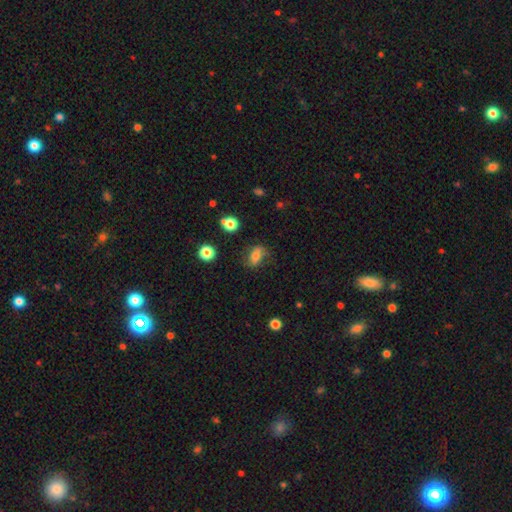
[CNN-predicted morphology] Smooth or featured?
  - smooth: 61% *
  - featured or disk: 26%
  - star or artifact: 13%
How rounded?
  - in between: 76% *
  - round: 20%
  - cigar-shaped: 4%
Merging?
  - none: 62% *
  - minor disturbance: 23%
  - major disturbance: 12%
  - merger: 3%